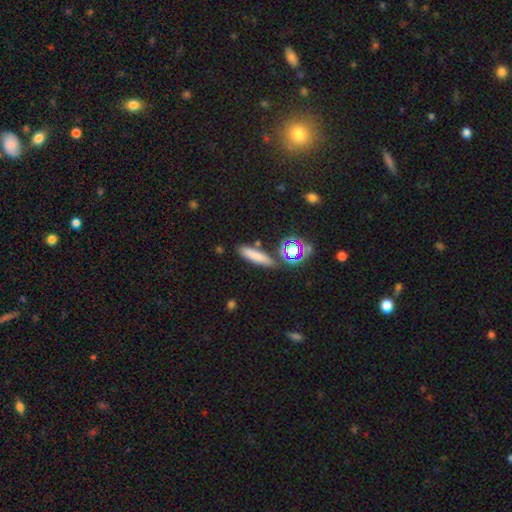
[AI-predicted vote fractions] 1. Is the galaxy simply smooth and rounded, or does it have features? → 74% smooth, 15% star or artifact, 11% featured or disk.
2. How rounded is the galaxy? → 69% cigar-shaped, 25% in between, 5% round.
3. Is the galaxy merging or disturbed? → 80% none, 10% minor disturbance, 6% merger, 3% major disturbance.